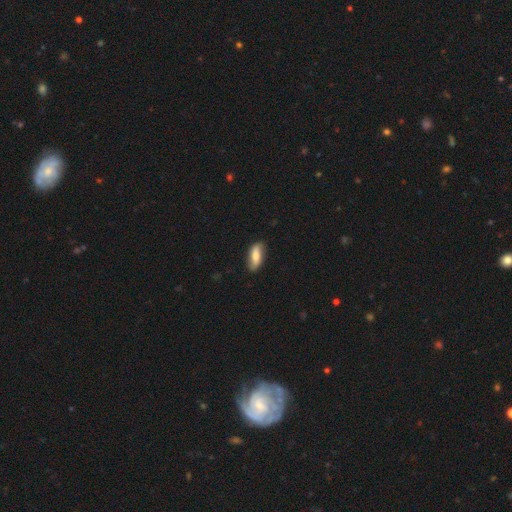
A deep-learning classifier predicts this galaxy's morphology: The model was most divided on "smooth or featured": smooth: 63%, featured or disk: 30%, star or artifact: 7%. More confident: merging — none (80%); how rounded — in between (76%).